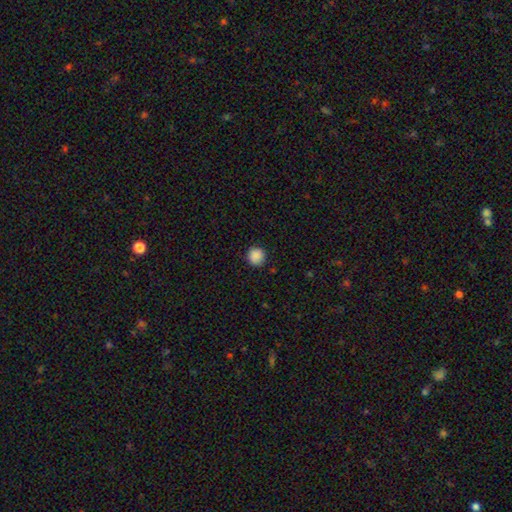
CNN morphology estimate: This appears to be a smooth galaxy with no disk features (88%) that is round (94%). Merging: none (89%).